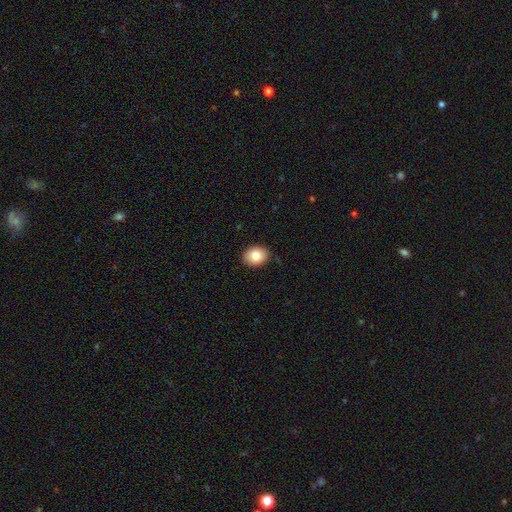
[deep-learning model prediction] Morphology: type=smooth (84%); roundness=in between (57%); merging=none (88%).